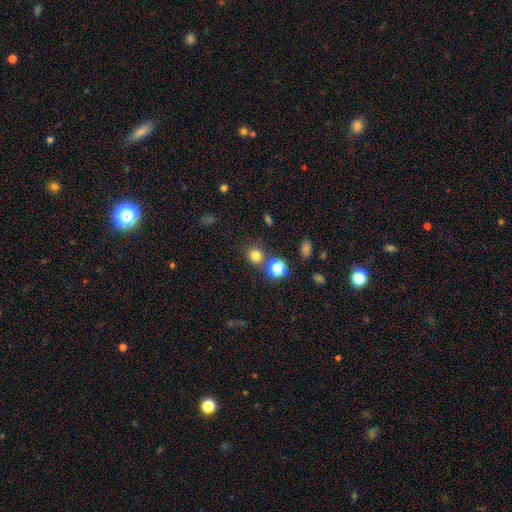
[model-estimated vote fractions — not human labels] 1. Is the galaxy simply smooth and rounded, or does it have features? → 77% smooth, 17% star or artifact, 6% featured or disk.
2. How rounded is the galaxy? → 87% round, 12% in between, 1% cigar-shaped.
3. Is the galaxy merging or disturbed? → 75% none, 12% merger, 9% minor disturbance, 4% major disturbance.